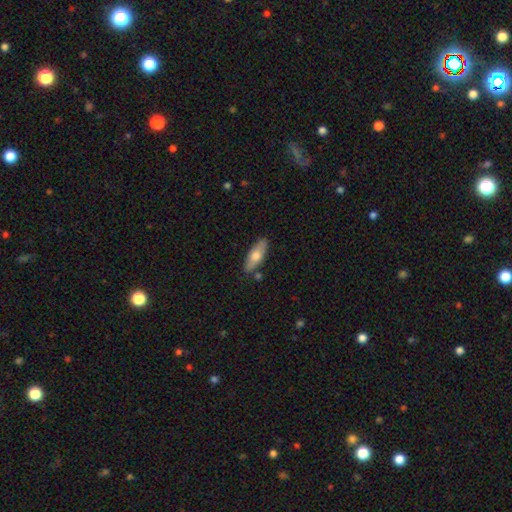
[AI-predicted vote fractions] This appears to be a smooth galaxy with no disk features (65%) that is in between round and cigar-shaped (64%). Merging: none (83%).